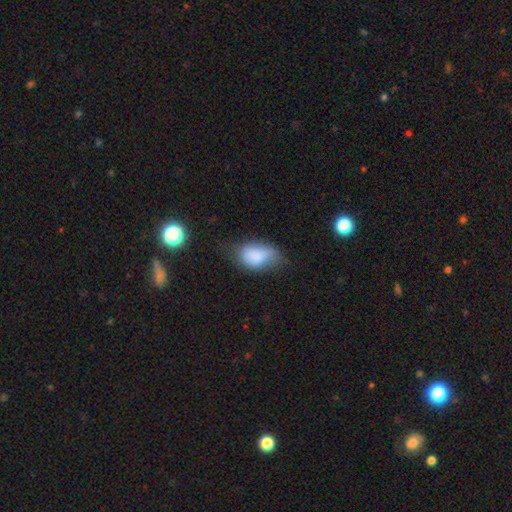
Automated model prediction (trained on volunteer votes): smooth-or-featured: smooth: 82% | featured or disk: 10% | star or artifact: 8%
  how-rounded: in between: 90% | round: 9% | cigar-shaped: 2%
  merging: none: 42% | minor disturbance: 38% | major disturbance: 16% | merger: 3%